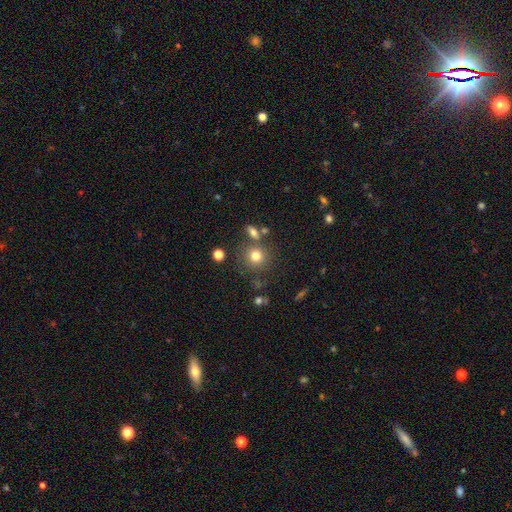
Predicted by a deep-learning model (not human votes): A smooth galaxy with no disk features (77%) that is round (87%). Merging: none (73%).